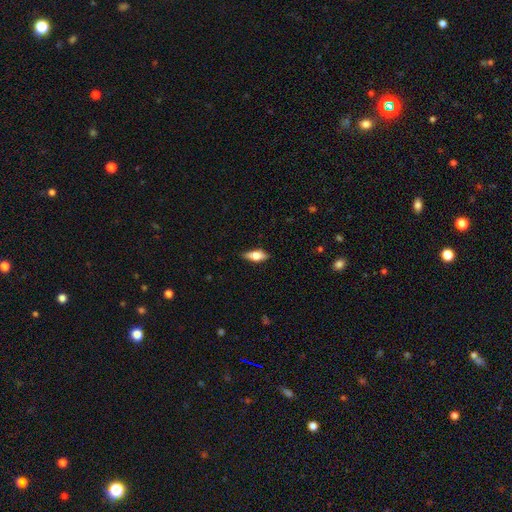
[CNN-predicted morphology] type=smooth (56%); roundness=in between (72%); merging=none (84%).